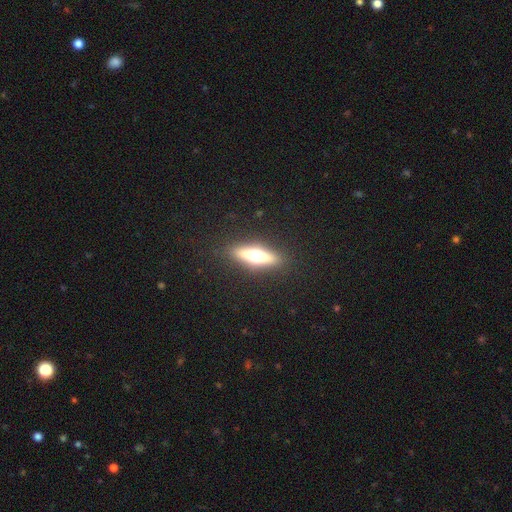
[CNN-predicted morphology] smooth_or_featured: featured or disk (p=0.53) [alt: smooth p=0.39]
disk_edge_on: yes (p=0.91) [alt: no p=0.09]
merging: none (p=0.88) [alt: minor disturbance p=0.08]